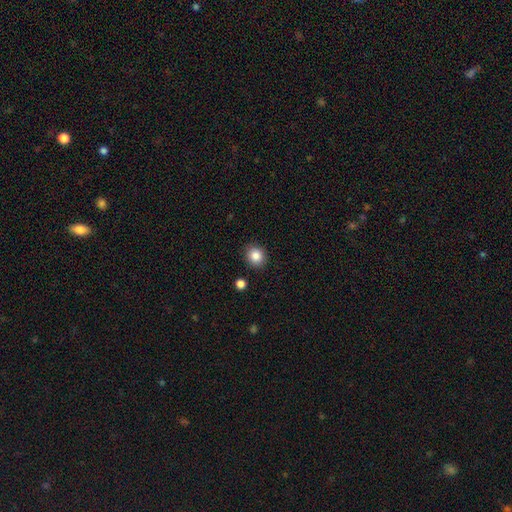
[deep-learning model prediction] The model was most divided on "how rounded": round: 76%, in between: 23%, cigar-shaped: 1%. More confident: merging — none (89%); smooth or featured — smooth (86%).